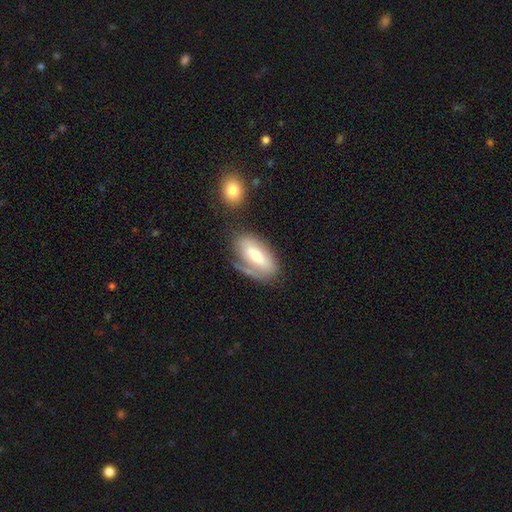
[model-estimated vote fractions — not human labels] Smooth or featured: smooth — 48% (featured or disk — 44%)
Merging: none — 57% (minor disturbance — 22%)